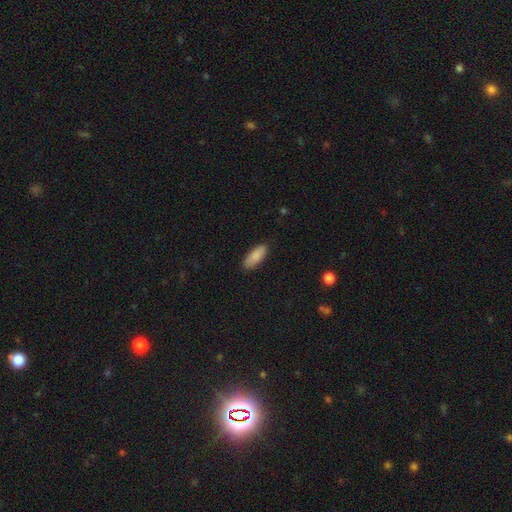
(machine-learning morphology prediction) A smooth galaxy with no disk features (88%) that is in between round and cigar-shaped (77%). Merging: none (88%).